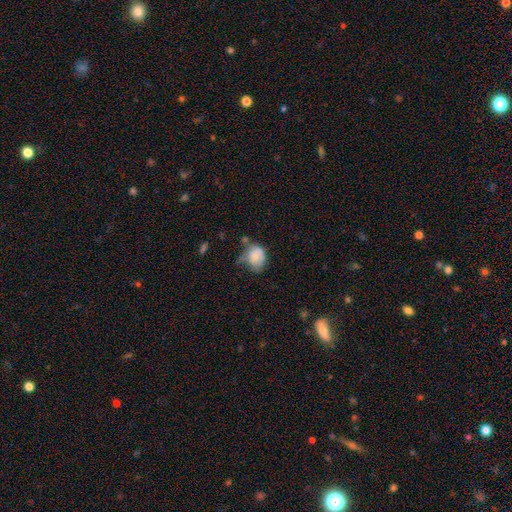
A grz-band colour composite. It shows a smooth galaxy with no disk features (87%) that is in between round and cigar-shaped (64%). Merging: minor disturbance (39%).